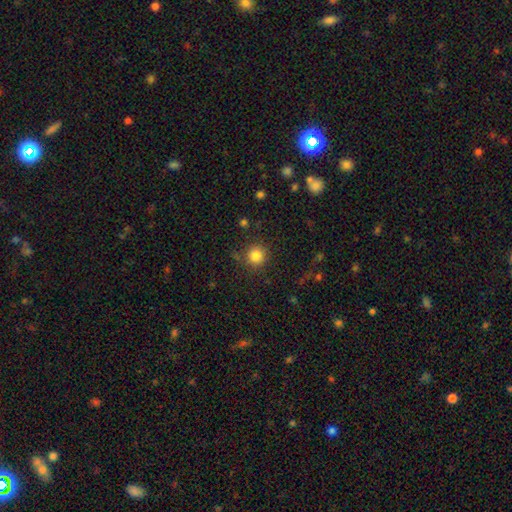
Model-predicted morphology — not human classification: Overall: smooth (84%). How rounded: round (94%). Merging: none (84%).